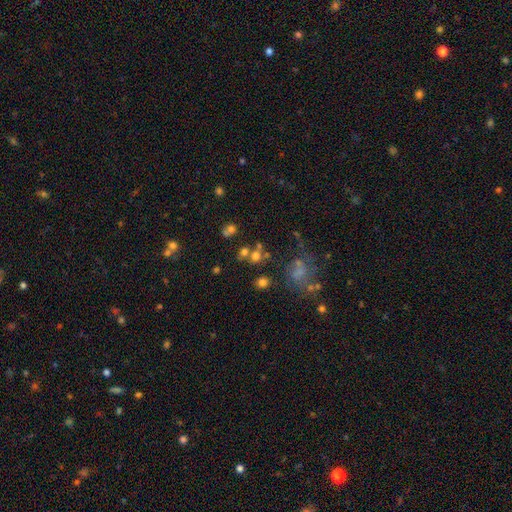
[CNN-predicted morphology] smooth 63%, star or artifact 23%, featured or disk 14%. Down the decision tree: how rounded — round (75%); merging — none (56%).